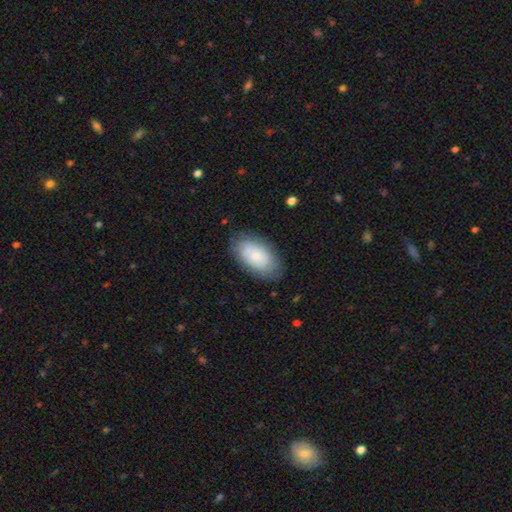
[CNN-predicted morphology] Smooth or featured: smooth — 77% (featured or disk — 16%)
How rounded: in between — 95% (round — 4%)
Merging: none — 79% (minor disturbance — 15%)